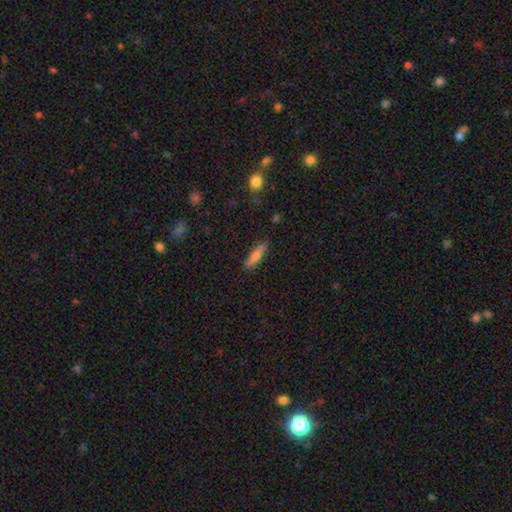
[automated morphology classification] The model was most divided on "smooth or featured": smooth: 73%, featured or disk: 20%, star or artifact: 7%. More confident: merging — none (87%); how rounded — cigar-shaped (78%).